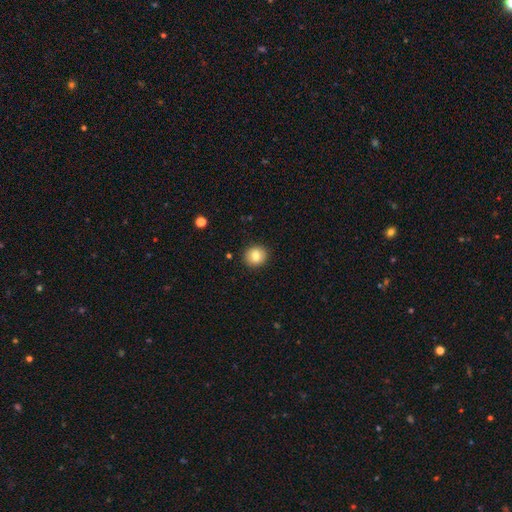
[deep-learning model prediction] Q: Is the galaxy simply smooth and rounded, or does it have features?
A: smooth — 80%.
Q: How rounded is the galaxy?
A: round — 85%.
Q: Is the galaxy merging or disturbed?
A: none — 90%.